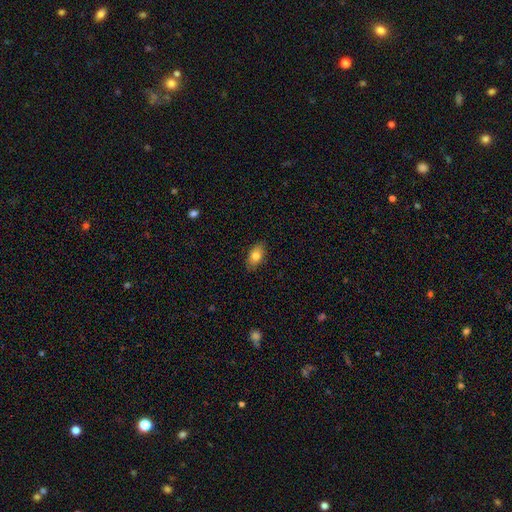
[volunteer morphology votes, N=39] Overall: smooth (79%). How rounded: in between (94%). Merging: none (92%).